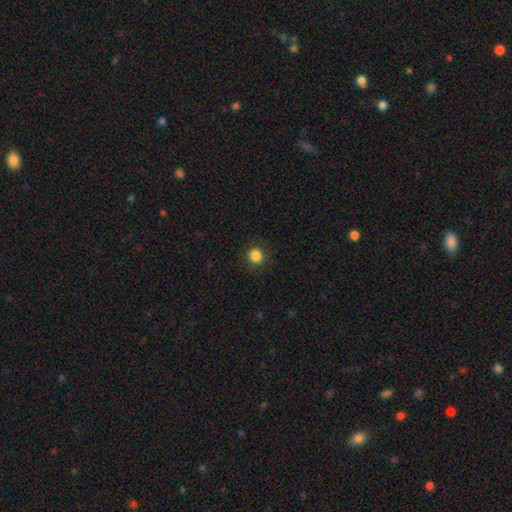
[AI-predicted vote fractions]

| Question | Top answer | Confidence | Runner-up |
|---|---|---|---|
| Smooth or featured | smooth | 85% | star or artifact (11%) |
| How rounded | round | 93% | in between (6%) |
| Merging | none | 90% | minor disturbance (6%) |